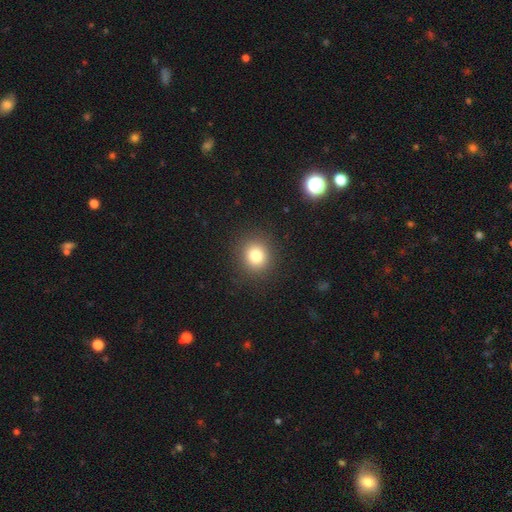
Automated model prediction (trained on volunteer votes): Smooth or featured? smooth (80%)
How rounded? round (88%)
Merging? none (90%)